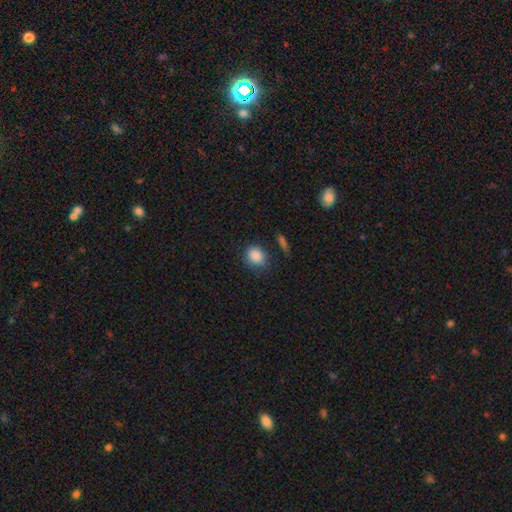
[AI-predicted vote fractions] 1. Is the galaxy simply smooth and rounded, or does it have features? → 87% smooth, 8% star or artifact, 4% featured or disk.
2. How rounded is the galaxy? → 54% round, 44% in between, 2% cigar-shaped.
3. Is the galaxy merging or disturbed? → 74% none, 18% minor disturbance, 5% major disturbance, 3% merger.